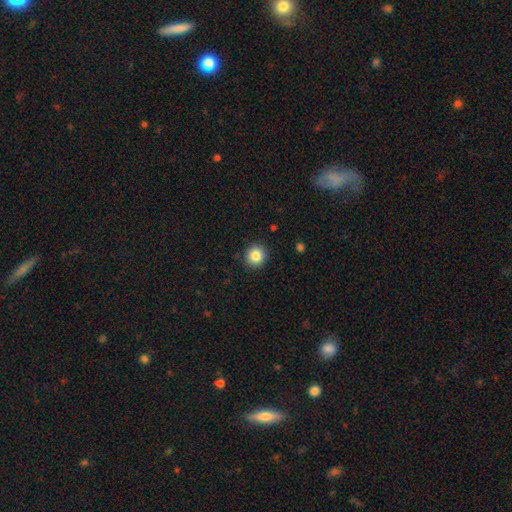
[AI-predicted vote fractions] smooth 86%, star or artifact 10%, featured or disk 5%. Down the decision tree: how rounded — round (92%); merging — none (91%).